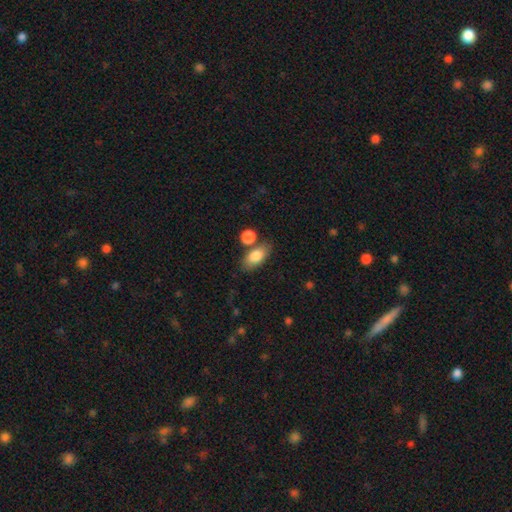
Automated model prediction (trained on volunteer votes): The model was most divided on "merging": none: 67%, merger: 16%, minor disturbance: 13%, major disturbance: 4%. More confident: how rounded — in between (87%); smooth or featured — smooth (82%).